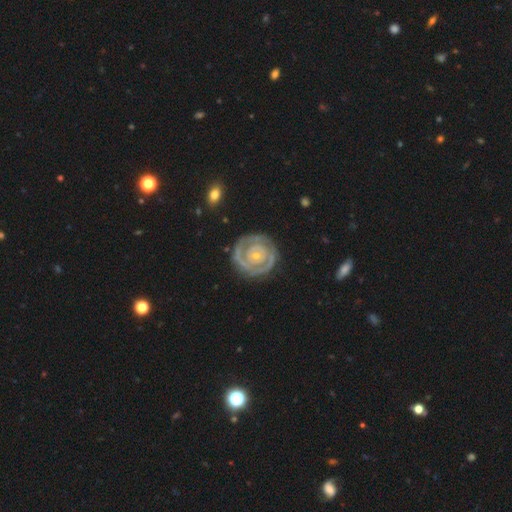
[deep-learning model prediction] A featured or disk galaxy (84%) with no bar (79%), 2 (46%) tight (81%) spiral arms (85%) and a small central bulge (77%).

Vote fractions:
- Smooth or featured? featured or disk: 84% / smooth: 12% / star or artifact: 4%
- Edge-on disk? no: 97% / yes: 3%
- Bar? no: 79% / weak: 15% / strong: 6%
- Spiral arms? yes: 85% / no: 15%
- Spiral winding? tight: 81% / medium: 14% / loose: 4%
- Spiral arm count? 2: 46% / can't tell: 23% / 1: 12% / 3: 12% / 4: 4% / more than 4: 3%
- Bulge size? small: 77% / moderate: 18% / none: 2% / large: 2% / dominant: 1%
- Merging? none: 77% / minor disturbance: 15% / major disturbance: 6% / merger: 2%